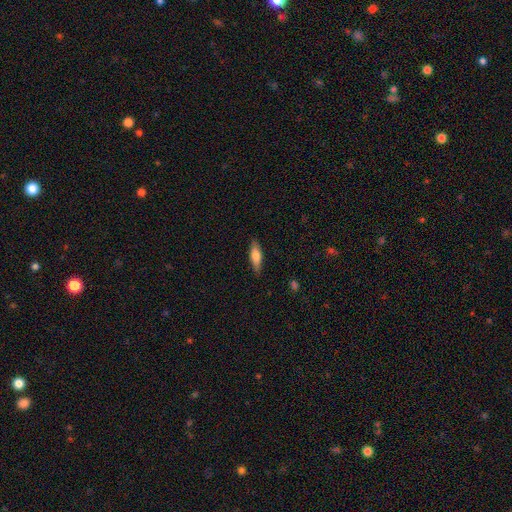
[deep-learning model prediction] Overall: smooth (65%; featured or disk 29%). How rounded: cigar-shaped (53%; in between 44%). Merging: none (85%).